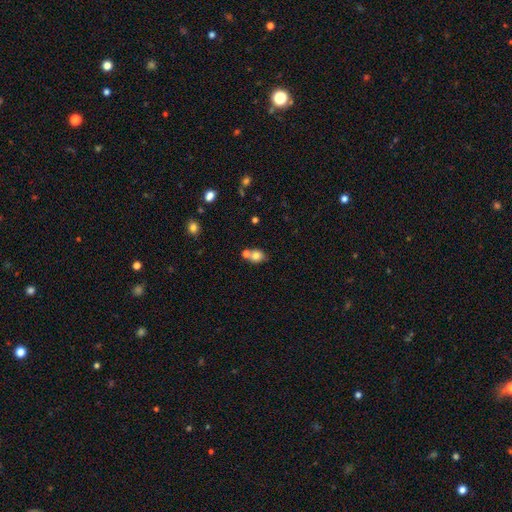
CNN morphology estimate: type=smooth (75%); roundness=round (54%); merging=none (45%).